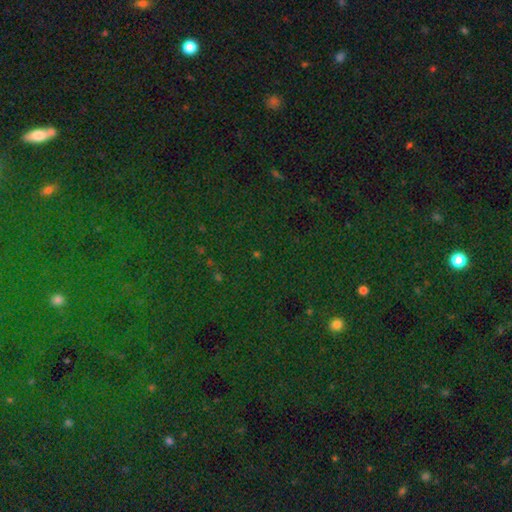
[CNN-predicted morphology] Smooth or featured? Predicted: star or artifact (p=0.81).